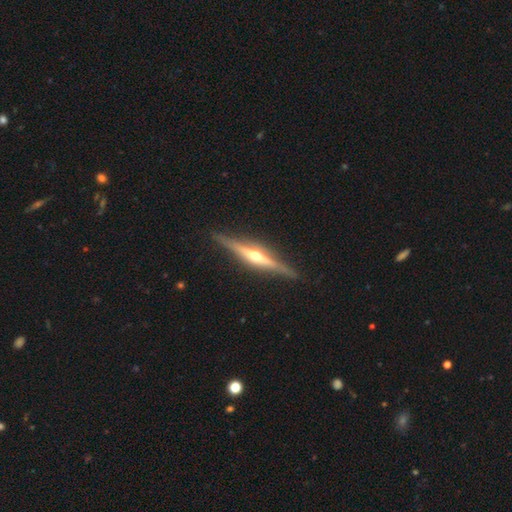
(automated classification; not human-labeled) A featured or disk galaxy (81%) viewed edge-on (98%) with a rounded central bulge (92%). Merging: none (89%).